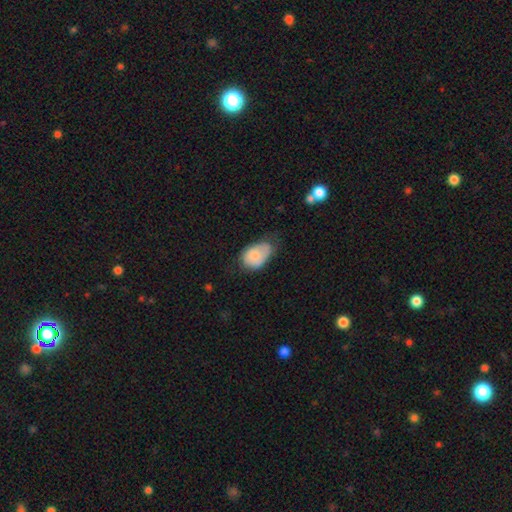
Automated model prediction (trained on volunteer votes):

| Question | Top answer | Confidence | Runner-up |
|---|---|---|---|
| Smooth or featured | smooth | 73% | featured or disk (21%) |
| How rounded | in between | 85% | round (14%) |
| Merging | minor disturbance | 43% | none (36%) |